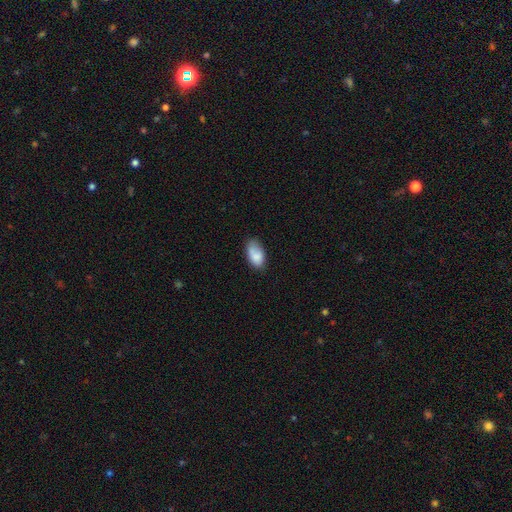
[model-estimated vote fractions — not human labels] This appears to be a smooth galaxy with no disk features (83%) that is in between round and cigar-shaped (93%). Merging: none (61%).